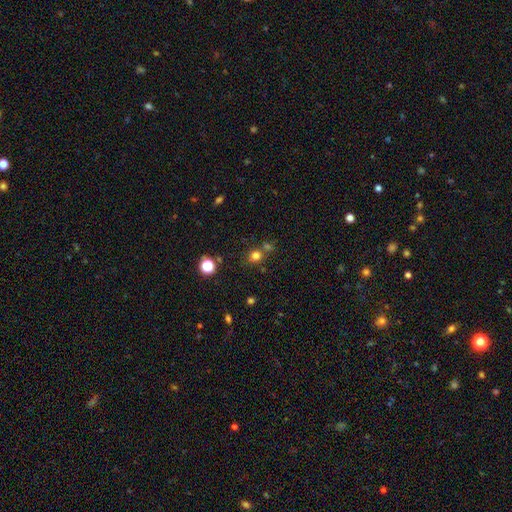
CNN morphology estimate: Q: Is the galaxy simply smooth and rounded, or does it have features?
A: smooth — 74%.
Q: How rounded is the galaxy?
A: round — 82%.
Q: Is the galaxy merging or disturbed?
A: none — 66%.